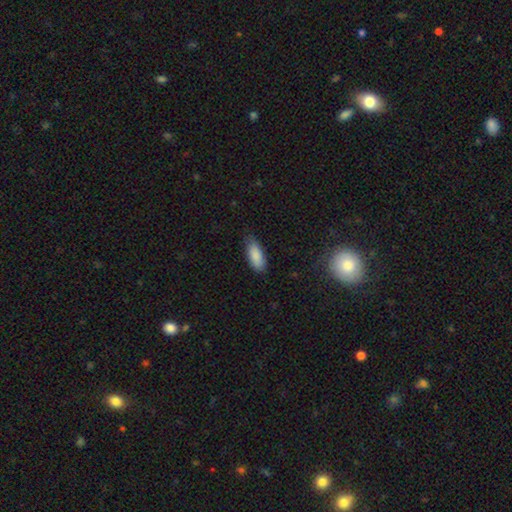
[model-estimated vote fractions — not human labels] Smooth or featured: smooth — 88% (star or artifact — 7%)
How rounded: in between — 80% (cigar-shaped — 18%)
Merging: none — 73% (minor disturbance — 22%)